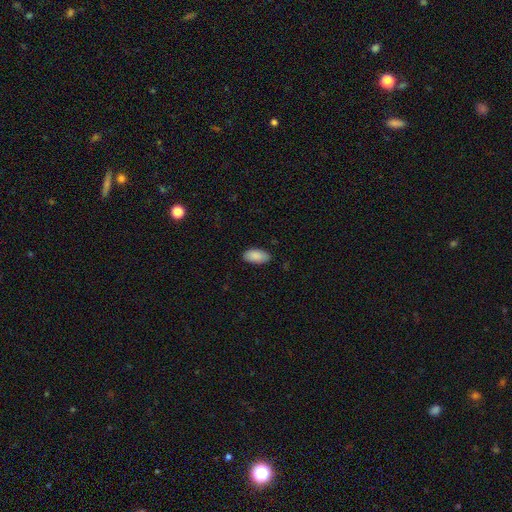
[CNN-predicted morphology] smooth-or-featured: smooth: 89% | star or artifact: 6% | featured or disk: 5%
  how-rounded: in between: 94% | cigar-shaped: 4% | round: 2%
  merging: none: 86% | minor disturbance: 11% | major disturbance: 2% | merger: 1%